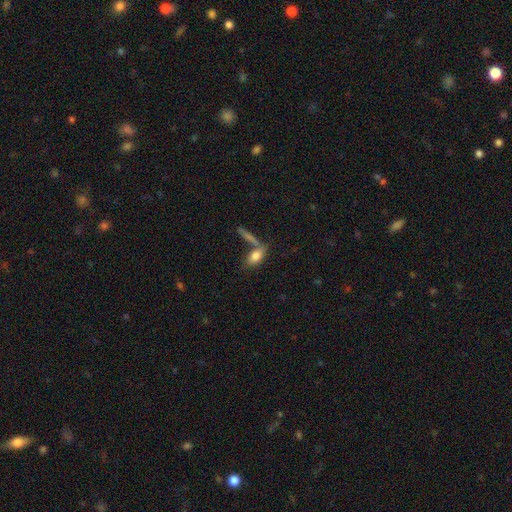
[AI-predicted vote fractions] Morphology: type=smooth (76%); roundness=in between (80%); merging=none (47%).